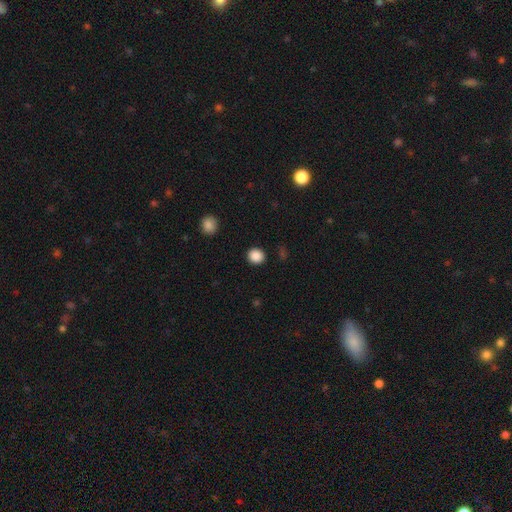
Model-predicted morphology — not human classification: type=smooth (88%); roundness=round (86%); merging=none (91%).